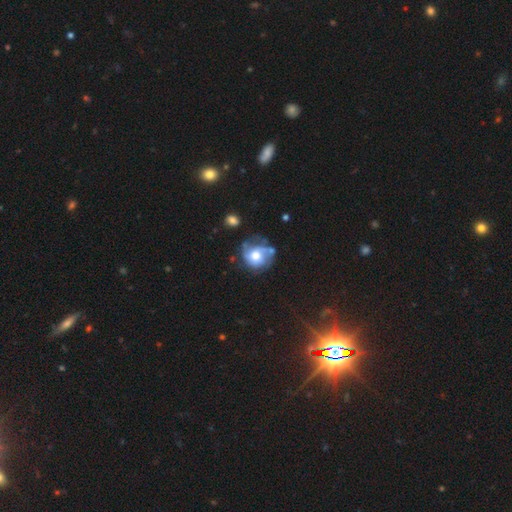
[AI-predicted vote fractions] Q: Smooth or featured?
A: featured or disk (69%); runner-up: smooth (24%)
Q: Edge-on disk?
A: no (98%); runner-up: yes (2%)
Q: Bar?
A: no (75%); runner-up: weak (21%)
Q: Spiral arms?
A: yes (85%); runner-up: no (15%)
Q: Spiral winding?
A: tight (42%); runner-up: medium (39%)
Q: Spiral arm count?
A: 2 (42%); runner-up: can't tell (25%)
Q: Bulge size?
A: moderate (62%); runner-up: large (23%)
Q: Merging?
A: none (53%); runner-up: minor disturbance (24%)